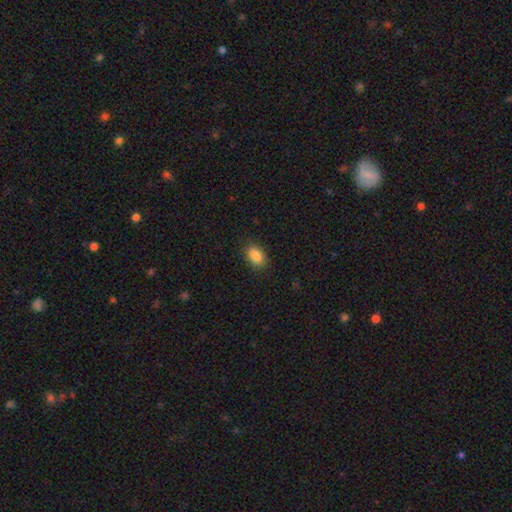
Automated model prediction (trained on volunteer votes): smooth 85%, star or artifact 9%, featured or disk 6%. Down the decision tree: how rounded — in between (84%); merging — none (80%).